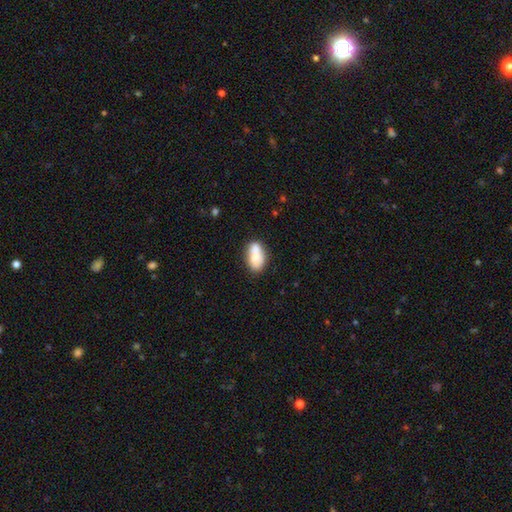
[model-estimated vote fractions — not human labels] This is likely a smooth galaxy (69%). How rounded: clearly in between (89%). Merging: possibly none (50%).